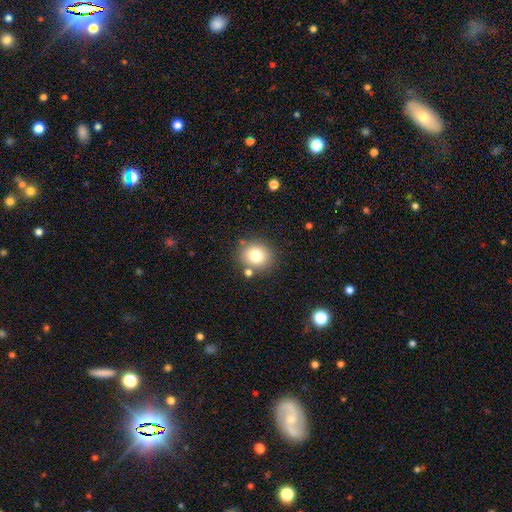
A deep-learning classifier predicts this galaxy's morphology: The model was most divided on "how rounded": round: 75%, in between: 24%, cigar-shaped: 1%. More confident: merging — none (79%); smooth or featured — smooth (77%).